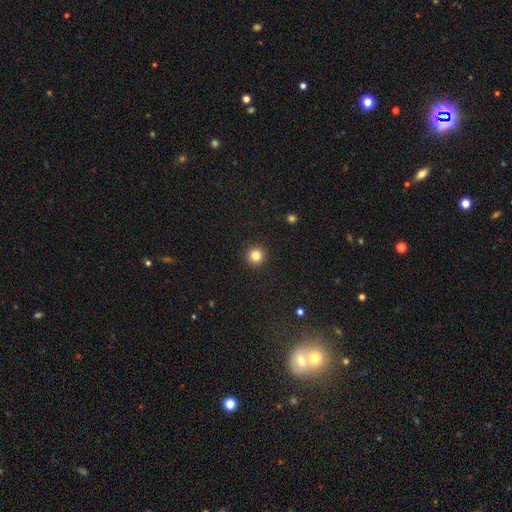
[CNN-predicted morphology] Overall: smooth (83%). How rounded: round (96%). Merging: none (93%).